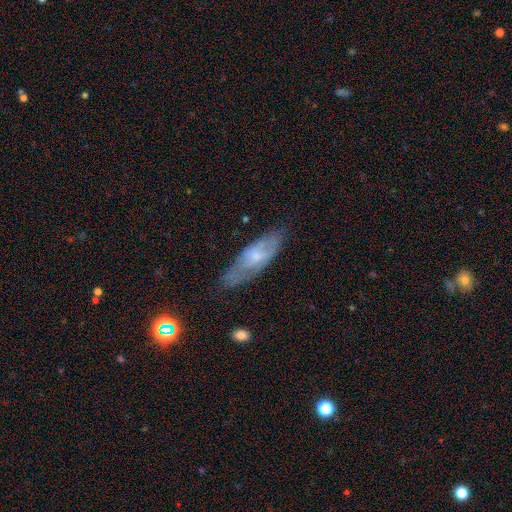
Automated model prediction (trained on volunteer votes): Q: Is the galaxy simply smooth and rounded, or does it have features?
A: featured or disk — 52%.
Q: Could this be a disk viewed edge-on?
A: no — 68%.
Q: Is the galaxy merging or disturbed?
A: none — 69%.